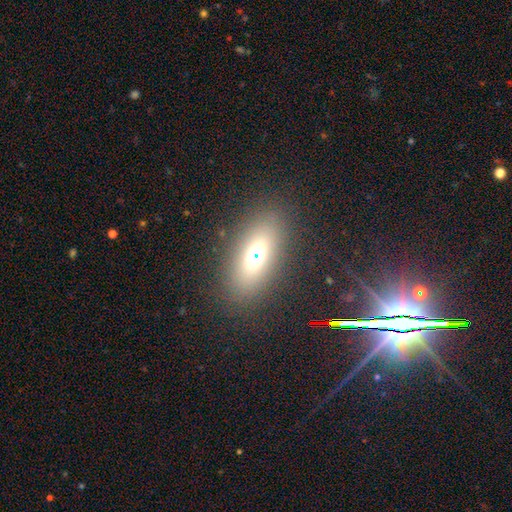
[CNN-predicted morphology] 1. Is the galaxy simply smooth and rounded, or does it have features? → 60% smooth, 21% featured or disk, 19% star or artifact.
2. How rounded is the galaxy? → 77% in between, 13% round, 10% cigar-shaped.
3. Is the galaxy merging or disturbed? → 83% none, 9% minor disturbance, 6% major disturbance, 3% merger.